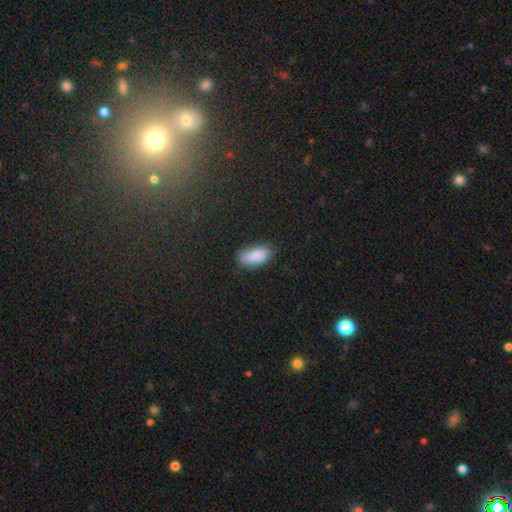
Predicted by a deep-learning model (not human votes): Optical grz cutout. It shows a smooth galaxy with no disk features (85%) that is in between round and cigar-shaped (90%). Merging: none (73%).